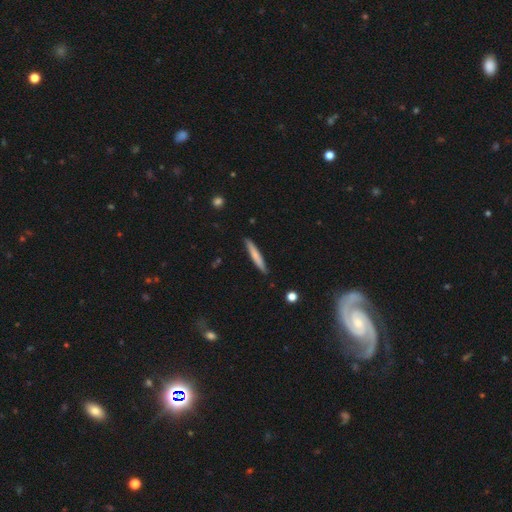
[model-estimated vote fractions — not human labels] This appears to be a smooth galaxy with no disk features (70%) that is cigar-shaped (94%). Merging: none (86%).